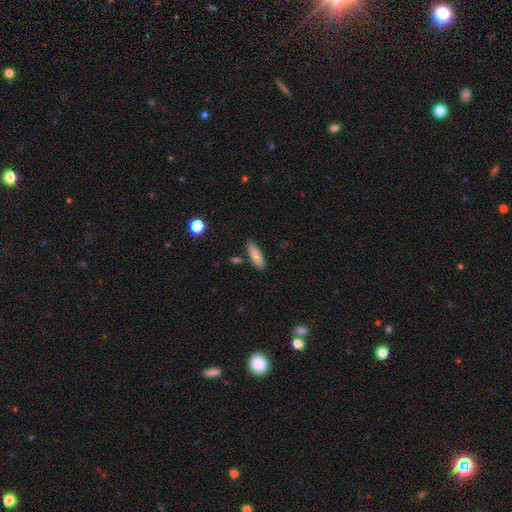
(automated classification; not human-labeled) Overall: smooth (80%). How rounded: in between (57%; cigar-shaped 40%). Merging: none (77%).